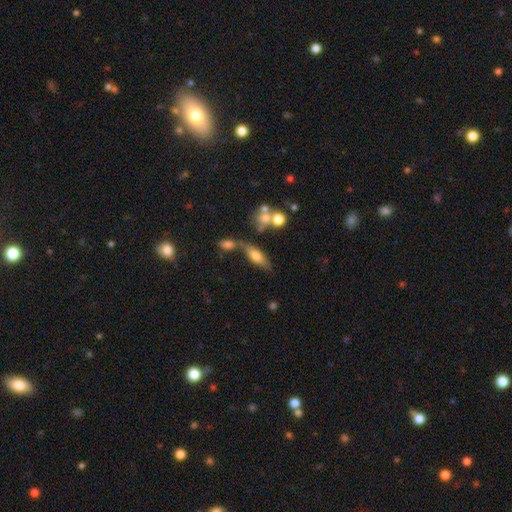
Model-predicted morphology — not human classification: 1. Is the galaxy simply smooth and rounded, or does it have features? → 68% smooth, 23% featured or disk, 9% star or artifact.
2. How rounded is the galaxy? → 67% in between, 29% cigar-shaped, 4% round.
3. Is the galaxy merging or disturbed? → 54% none, 24% merger, 15% minor disturbance, 7% major disturbance.